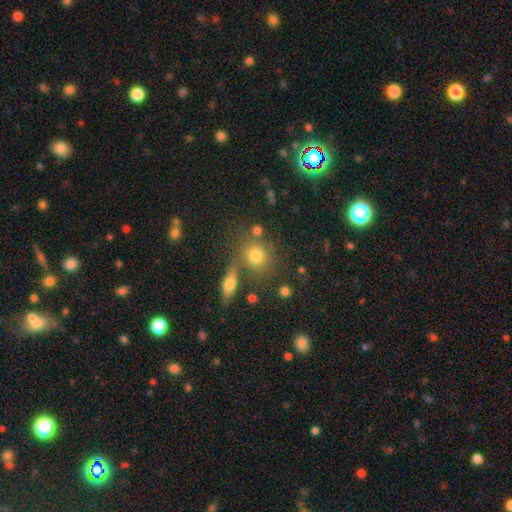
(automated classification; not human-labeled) Smooth or featured?
  - smooth: 73% *
  - star or artifact: 15%
  - featured or disk: 12%
How rounded?
  - round: 80% *
  - in between: 18%
  - cigar-shaped: 2%
Merging?
  - none: 66% *
  - merger: 18%
  - minor disturbance: 11%
  - major disturbance: 5%